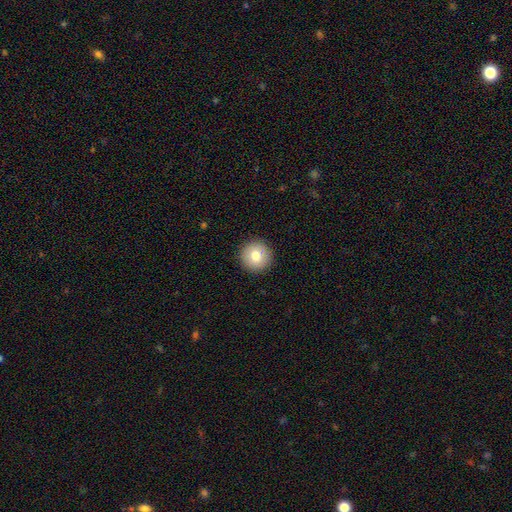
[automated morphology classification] type=smooth (79%); roundness=round (95%); merging=none (92%).